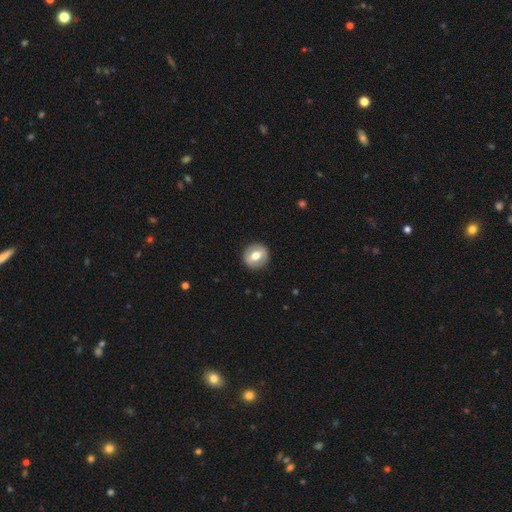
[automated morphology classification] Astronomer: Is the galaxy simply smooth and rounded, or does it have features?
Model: smooth — 56% (runner-up: featured or disk, 37%).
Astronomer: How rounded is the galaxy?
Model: round — 82%.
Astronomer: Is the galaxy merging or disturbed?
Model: none — 89%.